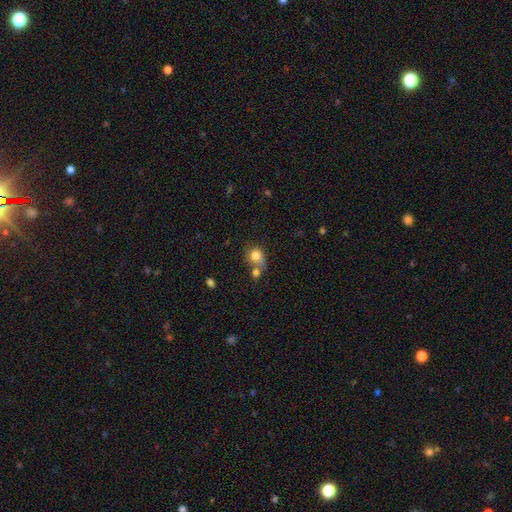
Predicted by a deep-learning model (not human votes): Smooth or featured? Predicted: smooth (p=0.81). How rounded? Predicted: round (p=0.69). Merging? Predicted: none (p=0.43).